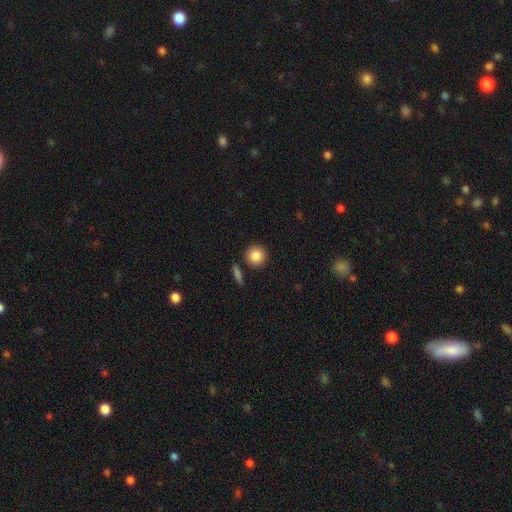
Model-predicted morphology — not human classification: Smooth or featured? smooth (86%)
How rounded? round (91%)
Merging? none (85%)